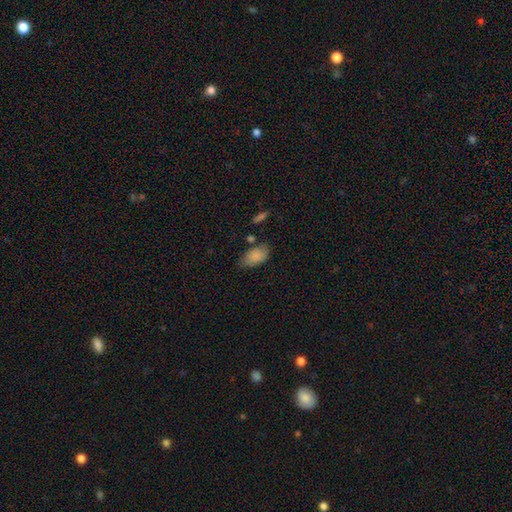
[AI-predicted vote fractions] smooth 83%, featured or disk 9%, star or artifact 8%. Down the decision tree: how rounded — in between (92%); merging — none (57%).